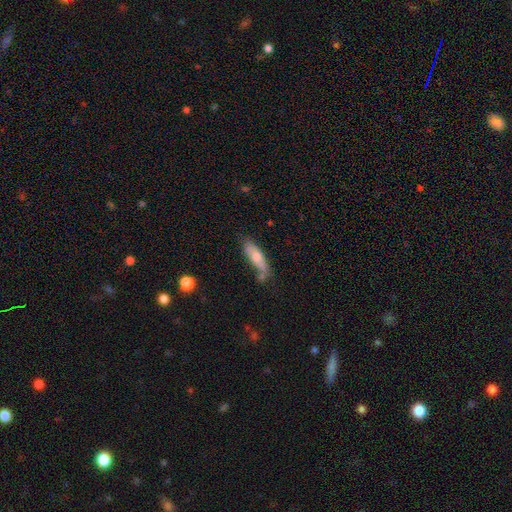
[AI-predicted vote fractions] Smooth or featured? smooth (64%)
How rounded? cigar-shaped (57%)
Merging? none (61%)